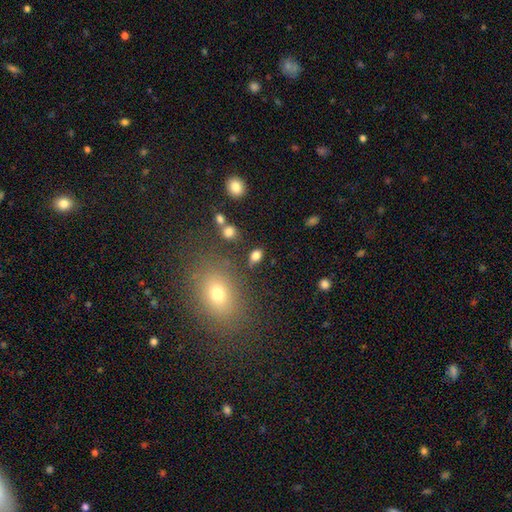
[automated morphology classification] Smooth or featured? smooth (82%)
How rounded? in between (77%)
Merging? none (80%)